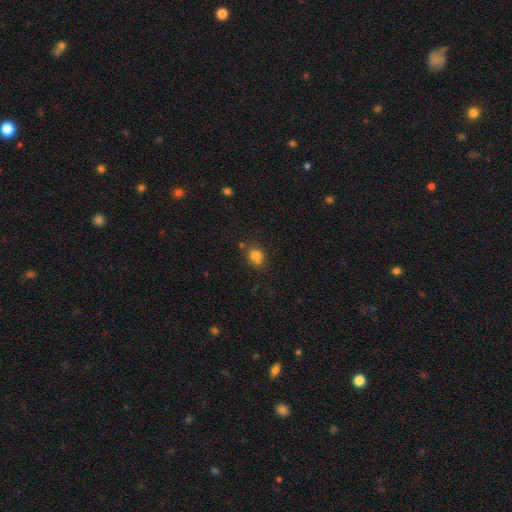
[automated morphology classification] smooth-or-featured: smooth: 78% | star or artifact: 13% | featured or disk: 10%
  how-rounded: round: 64% | in between: 35% | cigar-shaped: 1%
  merging: none: 55% | merger: 22% | minor disturbance: 18% | major disturbance: 5%